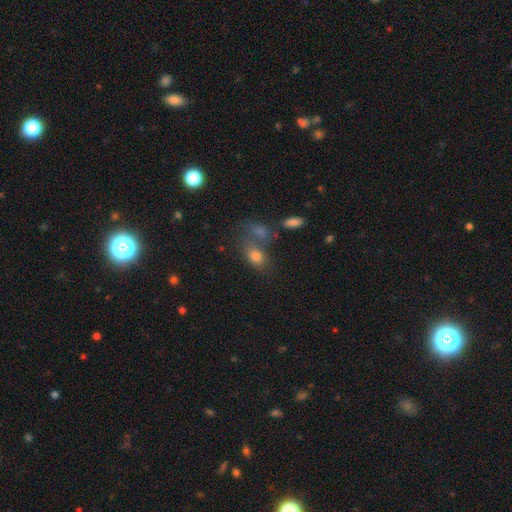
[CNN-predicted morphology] Smooth or featured? Predicted: smooth (p=0.73). How rounded? Predicted: in between (p=0.72). Merging? Predicted: none (p=0.45).